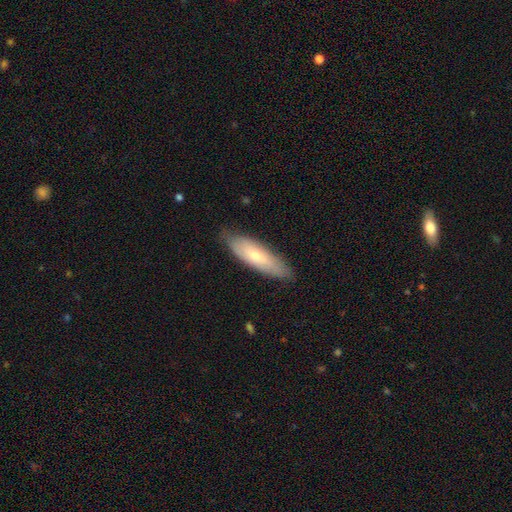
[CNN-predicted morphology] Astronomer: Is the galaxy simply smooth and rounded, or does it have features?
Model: smooth — 61%.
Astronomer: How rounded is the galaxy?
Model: cigar-shaped — 52% (runner-up: in between, 47%).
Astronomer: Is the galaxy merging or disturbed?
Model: none — 81%.